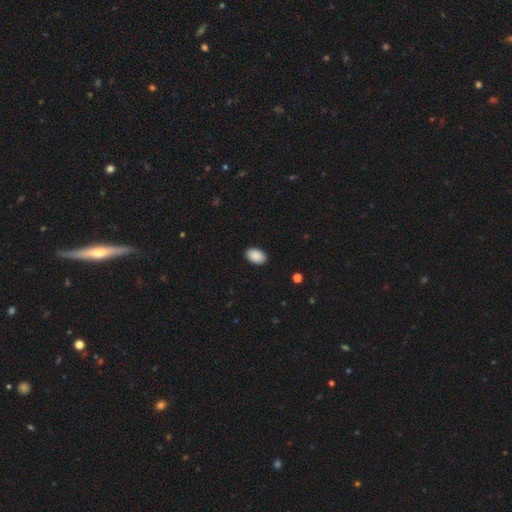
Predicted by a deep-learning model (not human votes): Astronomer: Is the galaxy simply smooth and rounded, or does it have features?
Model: smooth — 90%.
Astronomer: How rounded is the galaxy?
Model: in between — 92%.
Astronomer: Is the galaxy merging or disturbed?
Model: none — 90%.